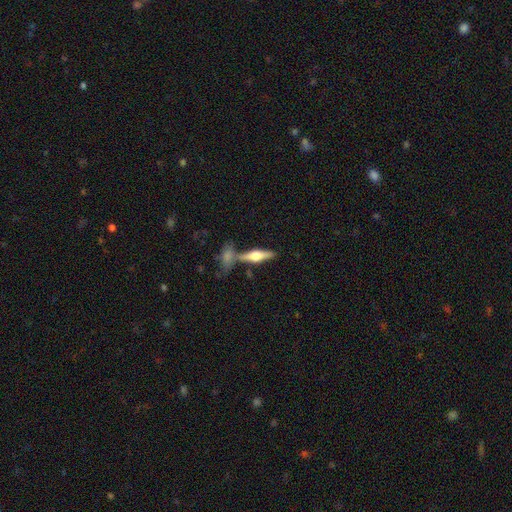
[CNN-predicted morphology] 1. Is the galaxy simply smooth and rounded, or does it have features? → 60% featured or disk, 34% smooth, 6% star or artifact.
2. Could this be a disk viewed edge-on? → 95% yes, 5% no.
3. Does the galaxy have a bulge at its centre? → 92% rounded, 6% boxy, 2% none.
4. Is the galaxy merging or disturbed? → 61% none, 23% merger, 11% minor disturbance, 4% major disturbance.